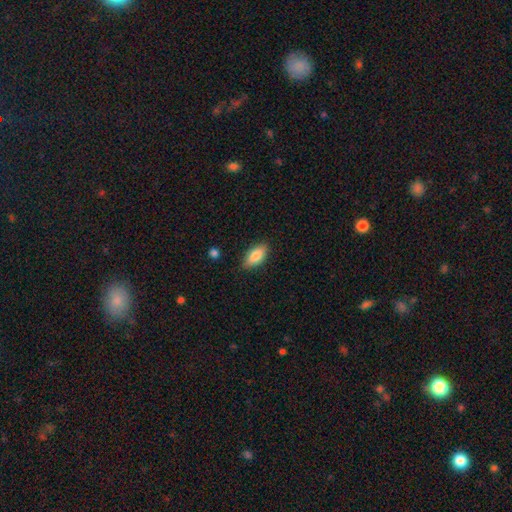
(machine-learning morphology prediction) Smooth or featured: smooth — 82% (featured or disk — 12%)
How rounded: in between — 86% (cigar-shaped — 11%)
Merging: none — 84% (minor disturbance — 12%)